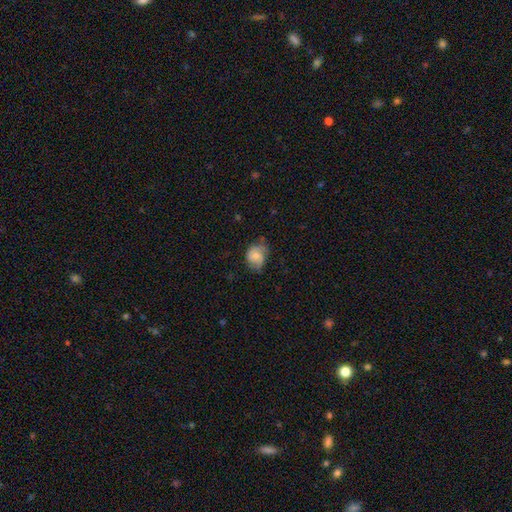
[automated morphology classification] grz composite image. It shows a smooth galaxy with no disk features (56%) that is round (51%). Merging: none (47%).